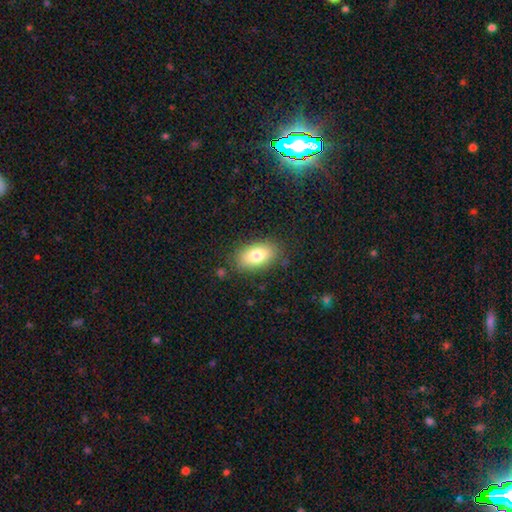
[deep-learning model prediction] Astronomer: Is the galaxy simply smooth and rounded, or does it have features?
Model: smooth — 77%.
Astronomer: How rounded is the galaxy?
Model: in between — 90%.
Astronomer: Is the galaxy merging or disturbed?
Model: none — 86%.